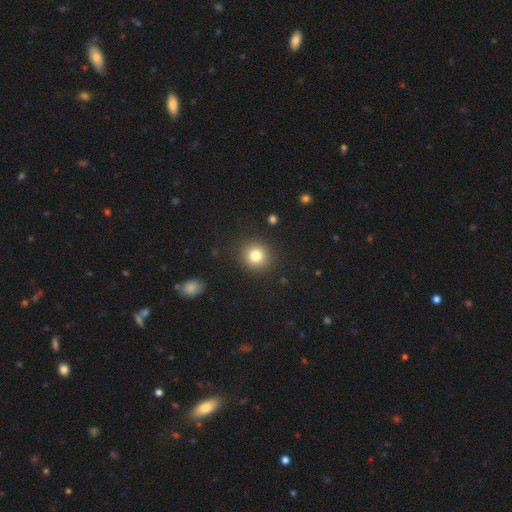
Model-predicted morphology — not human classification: smooth_or_featured: smooth (p=0.82) [alt: star or artifact p=0.11]
how_rounded: round (p=0.91) [alt: in between p=0.08]
merging: none (p=0.90) [alt: minor disturbance p=0.06]